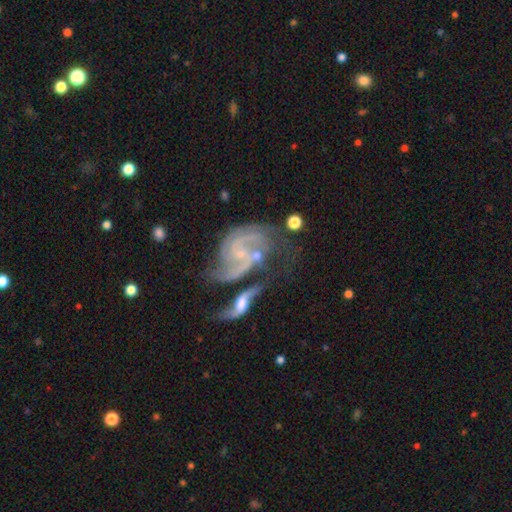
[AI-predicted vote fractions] Smooth or featured?
  - featured or disk: 83% *
  - smooth: 11%
  - star or artifact: 7%
Edge-on disk?
  - no: 97% *
  - yes: 3%
Bar?
  - no: 58% *
  - weak: 33%
  - strong: 9%
Spiral arms?
  - yes: 92% *
  - no: 8%
Spiral winding?
  - medium: 44% *
  - loose: 37%
  - tight: 19%
Spiral arm count?
  - 2: 67% *
  - can't tell: 12%
  - 3: 10%
  - 1: 4%
  - 4: 4%
  - more than 4: 3%
Bulge size?
  - small: 71% *
  - moderate: 17%
  - none: 10%
  - large: 2%
  - dominant: 1%
Merging?
  - merger: 42% *
  - none: 26%
  - major disturbance: 17%
  - minor disturbance: 15%